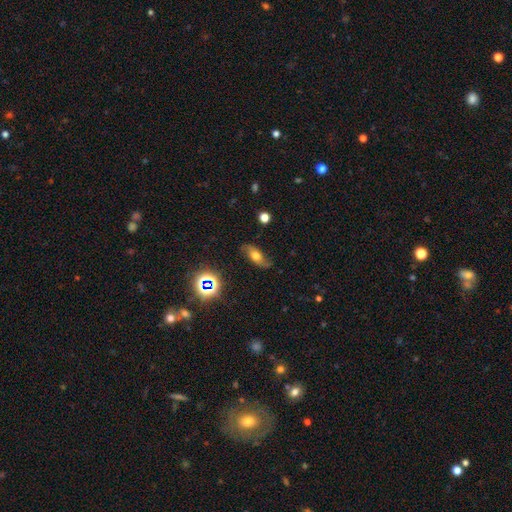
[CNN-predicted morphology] This appears to be a featured or disk galaxy (54%). Merging: none (76%).